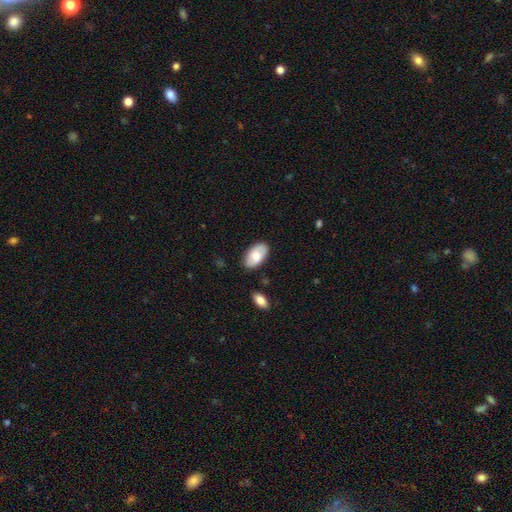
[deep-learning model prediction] smooth_or_featured: smooth (p=0.71) [alt: featured or disk p=0.23]
how_rounded: in between (p=0.95) [alt: round p=0.03]
merging: none (p=0.83) [alt: minor disturbance p=0.12]